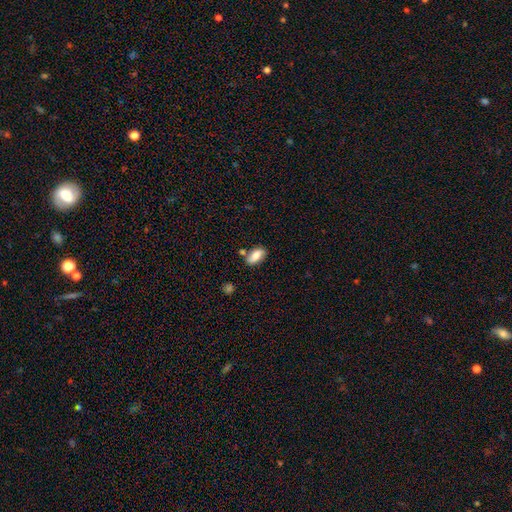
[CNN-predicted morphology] Smooth or featured? Predicted: smooth (p=0.75). How rounded? Predicted: in between (p=0.88). Merging? Predicted: none (p=0.69).